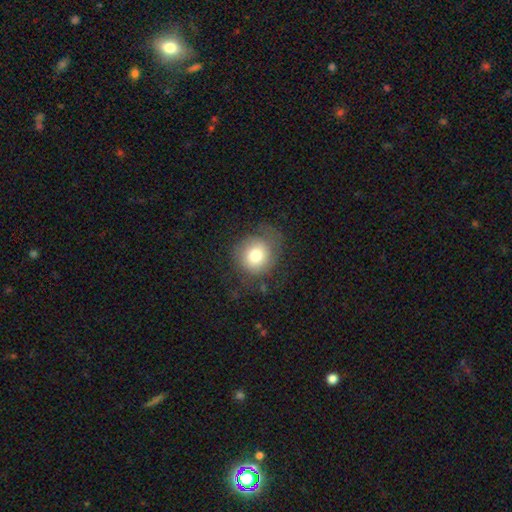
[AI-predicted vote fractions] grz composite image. It shows a smooth galaxy with no disk features (73%) that is round (87%). Merging: none (61%).